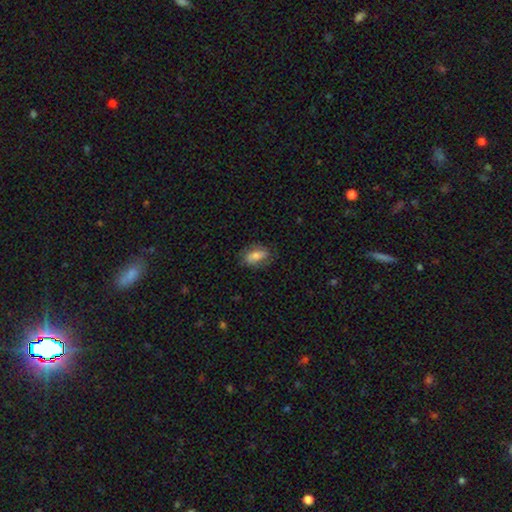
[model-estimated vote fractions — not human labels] Smooth or featured? smooth (61%)
How rounded? in between (86%)
Merging? none (73%)